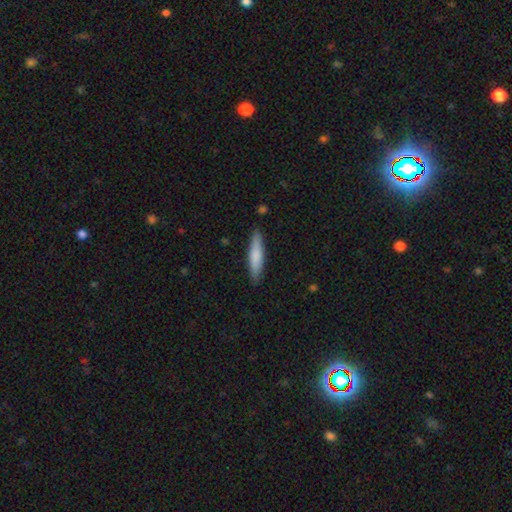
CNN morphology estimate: Smooth or featured?
  - smooth: 76% *
  - featured or disk: 19%
  - star or artifact: 5%
How rounded?
  - cigar-shaped: 83% *
  - in between: 16%
  - round: 1%
Merging?
  - none: 86% *
  - minor disturbance: 10%
  - major disturbance: 2%
  - merger: 1%